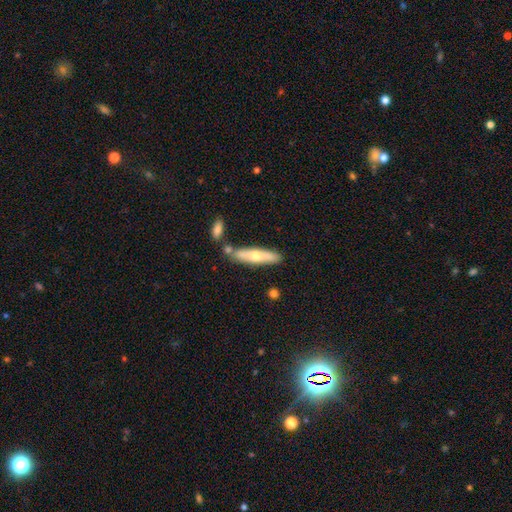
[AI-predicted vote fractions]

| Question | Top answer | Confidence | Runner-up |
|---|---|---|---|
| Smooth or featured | smooth | 49% | featured or disk (44%) |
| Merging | none | 73% | minor disturbance (12%) |